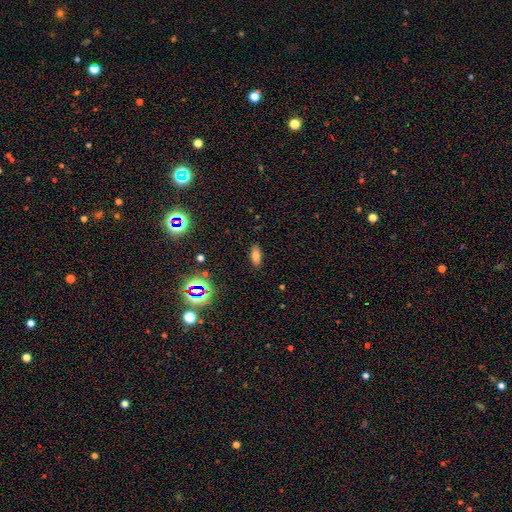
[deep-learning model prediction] Overall: smooth (74%). How rounded: in between (82%). Merging: none (87%).